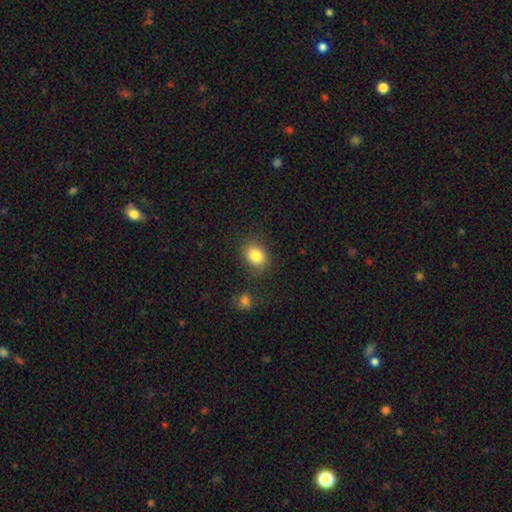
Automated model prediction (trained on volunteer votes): Q: Smooth or featured?
A: smooth (84%); runner-up: star or artifact (10%)
Q: How rounded?
A: in between (54%); runner-up: round (45%)
Q: Merging?
A: none (81%); runner-up: minor disturbance (12%)